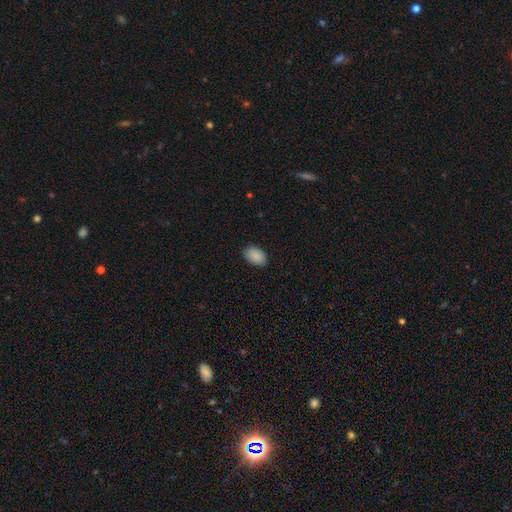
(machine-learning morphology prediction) Smooth or featured?
  - smooth: 89% *
  - star or artifact: 7%
  - featured or disk: 4%
How rounded?
  - in between: 88% *
  - round: 10%
  - cigar-shaped: 1%
Merging?
  - none: 86% *
  - minor disturbance: 11%
  - major disturbance: 2%
  - merger: 1%